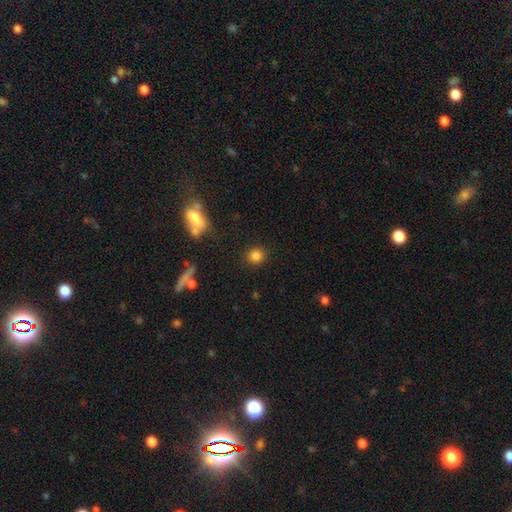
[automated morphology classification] smooth-or-featured: smooth: 83% | star or artifact: 12% | featured or disk: 5%
  how-rounded: round: 86% | in between: 13% | cigar-shaped: 1%
  merging: none: 87% | minor disturbance: 8% | major disturbance: 3% | merger: 2%